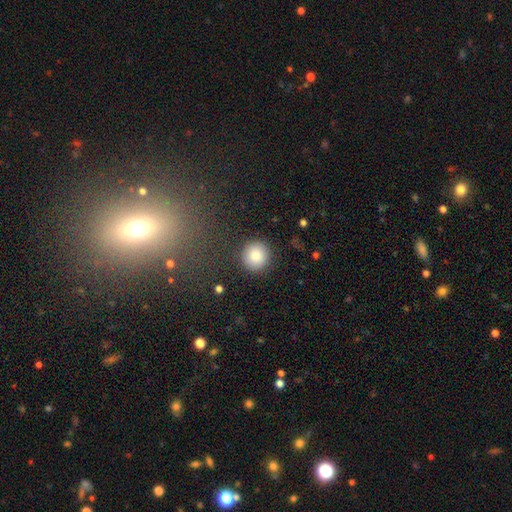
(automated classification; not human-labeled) smooth 85%, star or artifact 8%, featured or disk 6%. Down the decision tree: how rounded — round (92%); merging — none (90%).